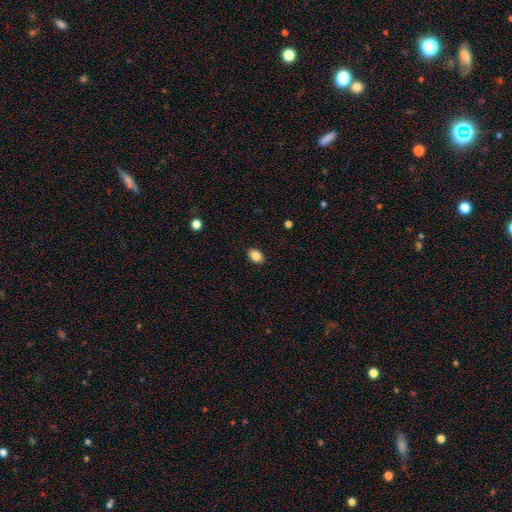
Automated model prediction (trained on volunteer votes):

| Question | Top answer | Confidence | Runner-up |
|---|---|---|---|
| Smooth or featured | smooth | 85% | star or artifact (9%) |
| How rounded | in between | 79% | round (20%) |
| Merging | none | 89% | minor disturbance (8%) |